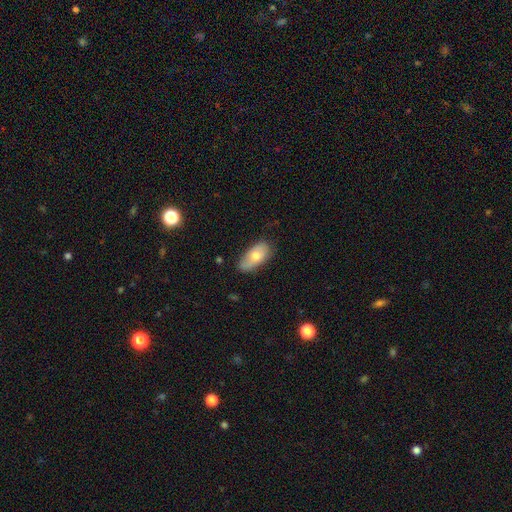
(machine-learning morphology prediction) Overall: smooth (70%). How rounded: in between (90%). Merging: none (66%; minor disturbance 27%).